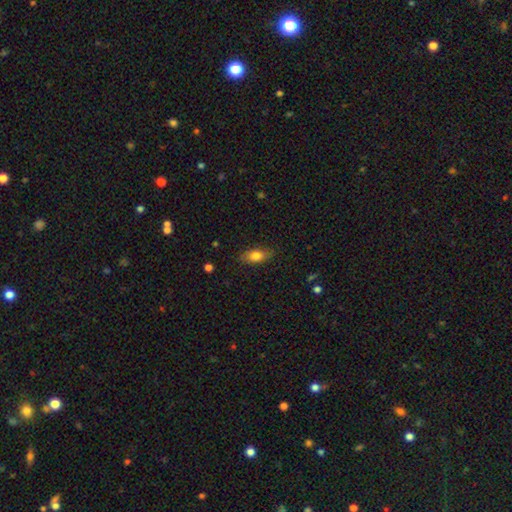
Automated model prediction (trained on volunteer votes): Smooth or featured? Predicted: smooth (p=0.78). How rounded? Predicted: in between (p=0.82). Merging? Predicted: none (p=0.84).